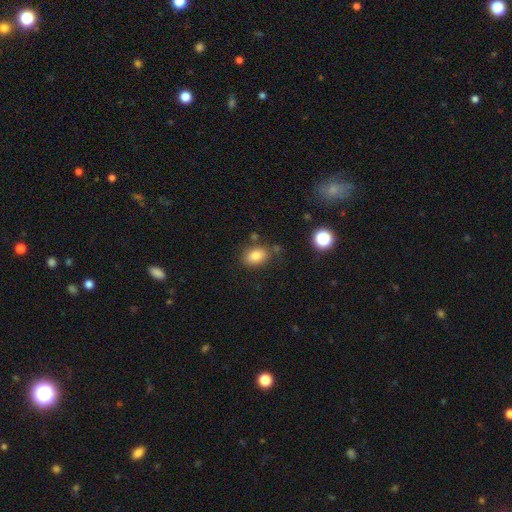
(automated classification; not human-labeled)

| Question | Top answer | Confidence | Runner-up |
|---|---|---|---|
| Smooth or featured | smooth | 83% | star or artifact (10%) |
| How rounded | in between | 81% | round (18%) |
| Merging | none | 73% | minor disturbance (16%) |